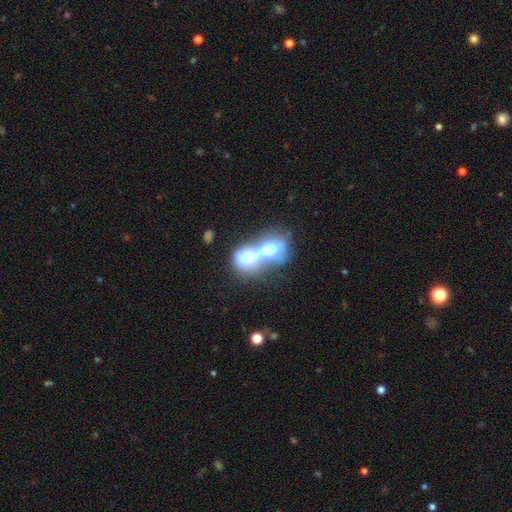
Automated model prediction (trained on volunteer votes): A smooth galaxy with no disk features (57%) that is in between round and cigar-shaped (65%).

Vote fractions:
- Smooth or featured? smooth: 57% / featured or disk: 32% / star or artifact: 11%
- How rounded? in between: 65% / round: 30% / cigar-shaped: 5%
- Merging? merger: 80% / none: 10% / major disturbance: 5% / minor disturbance: 4%